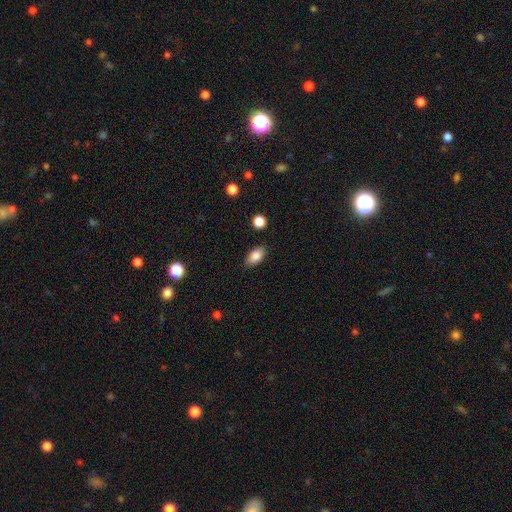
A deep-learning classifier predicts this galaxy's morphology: smooth_or_featured: smooth (p=0.84) [alt: featured or disk p=0.08]
how_rounded: in between (p=0.90) [alt: round p=0.06]
merging: none (p=0.86) [alt: minor disturbance p=0.10]